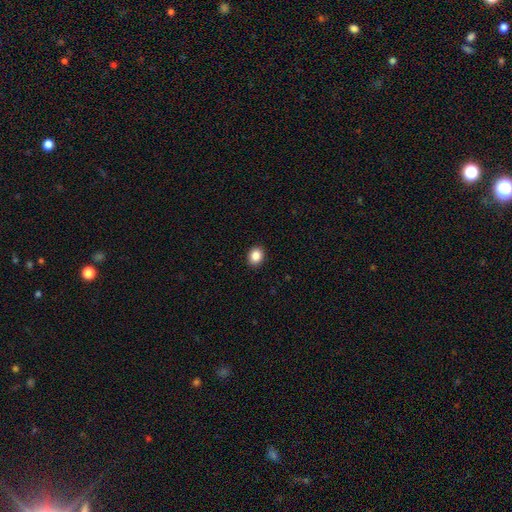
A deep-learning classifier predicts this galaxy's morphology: smooth_or_featured: smooth (p=0.87) [alt: star or artifact p=0.10]
how_rounded: round (p=0.60) [alt: in between p=0.39]
merging: none (p=0.92) [alt: minor disturbance p=0.06]